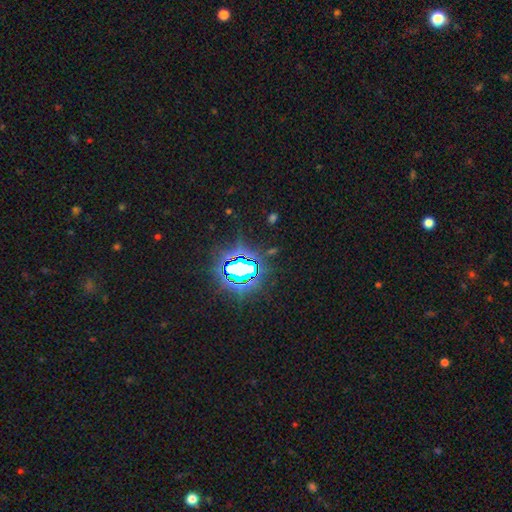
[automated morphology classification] This is clearly a star or artifact rather than a galaxy (82%).